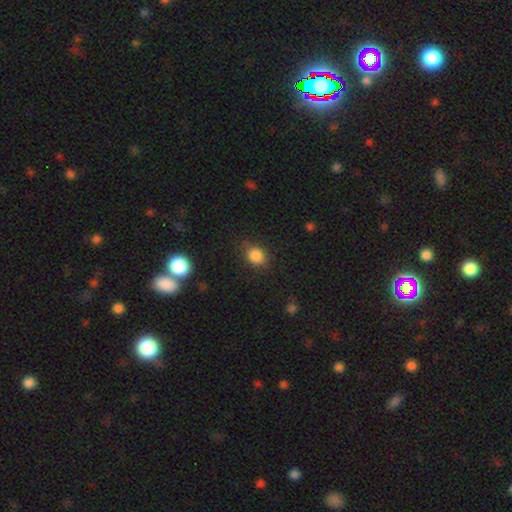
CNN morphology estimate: A smooth galaxy with no disk features (84%) that is round (61%).

Vote fractions:
- Smooth or featured? smooth: 84% / star or artifact: 11% / featured or disk: 5%
- How rounded? round: 61% / in between: 38% / cigar-shaped: 1%
- Merging? none: 78% / minor disturbance: 15% / major disturbance: 5% / merger: 1%